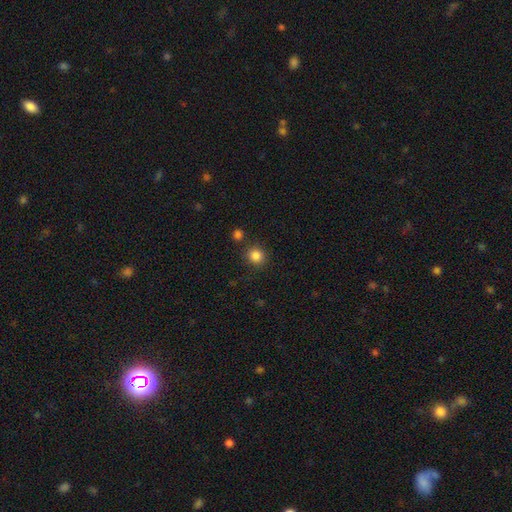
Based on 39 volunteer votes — This is clearly a smooth galaxy (87%). How rounded: clearly round (94%). Merging: clearly none (82%).